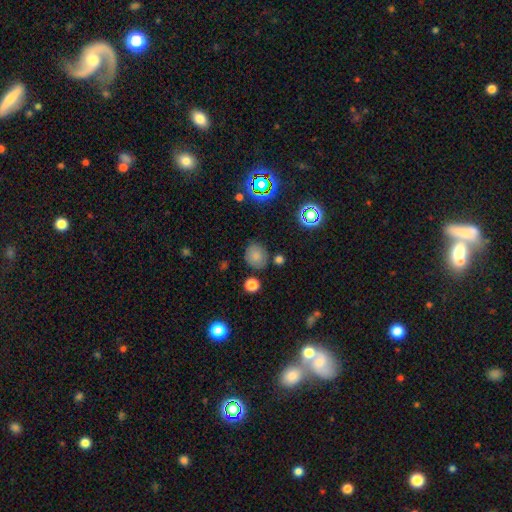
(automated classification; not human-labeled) This appears to be a smooth galaxy with no disk features (76%) that is round (71%). Merging: none (77%).